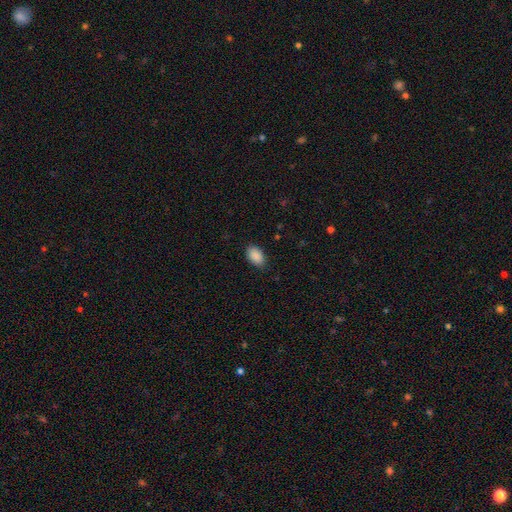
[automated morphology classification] Smooth or featured: smooth — 90% (star or artifact — 7%)
How rounded: in between — 92% (round — 7%)
Merging: none — 84% (minor disturbance — 13%)